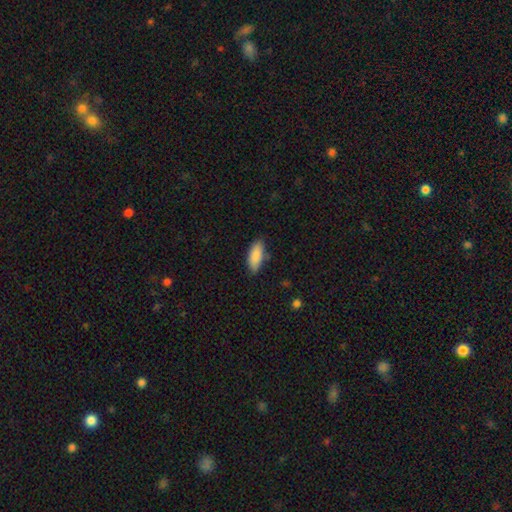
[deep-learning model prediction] A smooth galaxy with no disk features (88%) that is in between round and cigar-shaped (81%). Merging: none (80%).